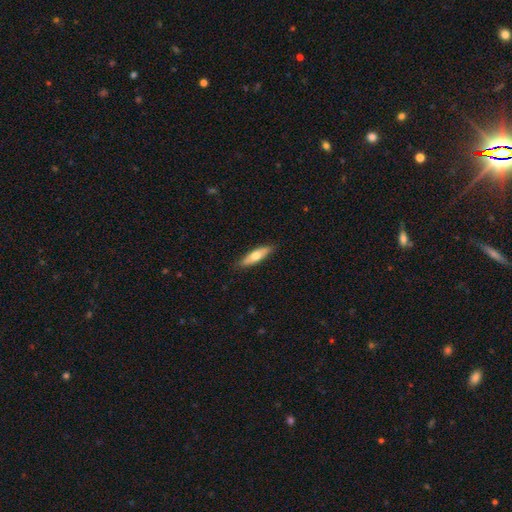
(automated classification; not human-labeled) This appears to be a smooth galaxy with no disk features (63%) that is cigar-shaped (62%). Merging: none (87%).